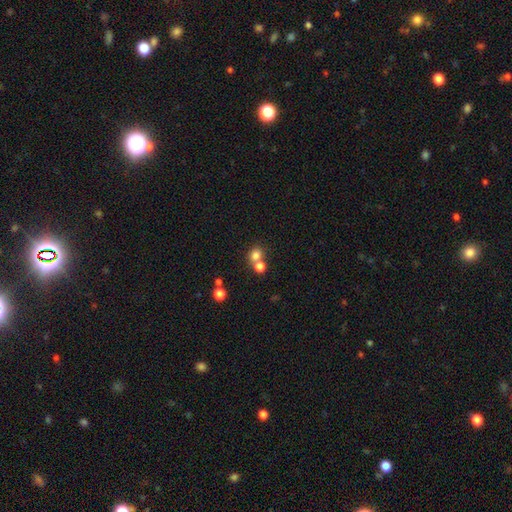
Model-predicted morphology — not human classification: Overall: smooth (77%). How rounded: round (73%). Merging: none (49%; merger 40%).